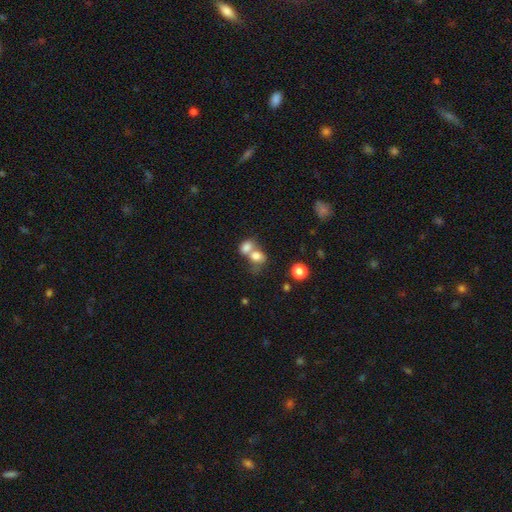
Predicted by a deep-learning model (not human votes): Smooth or featured? smooth (76%)
How rounded? in between (51%)
Merging? merger (68%)